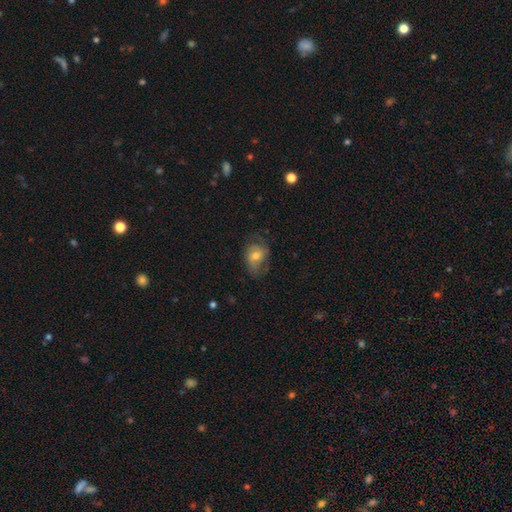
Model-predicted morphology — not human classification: Smooth or featured? featured or disk (46%, tied with smooth)
Merging? none (55%)